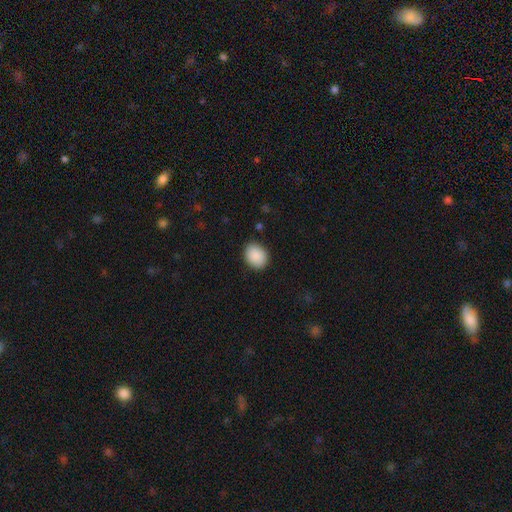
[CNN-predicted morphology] Smooth or featured? smooth (90%)
How rounded? round (51%)
Merging? none (86%)